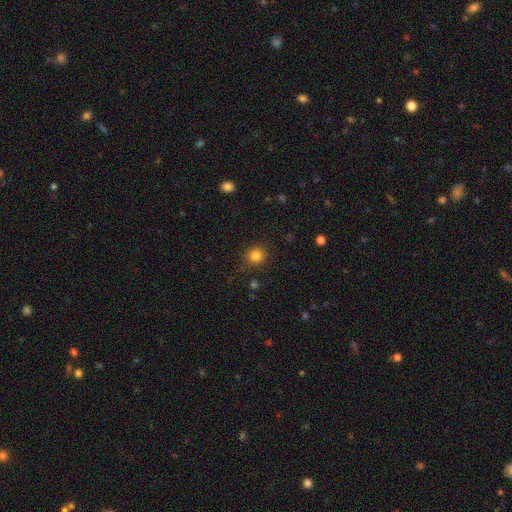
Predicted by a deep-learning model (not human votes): Overall: smooth (82%). How rounded: round (88%). Merging: none (87%).